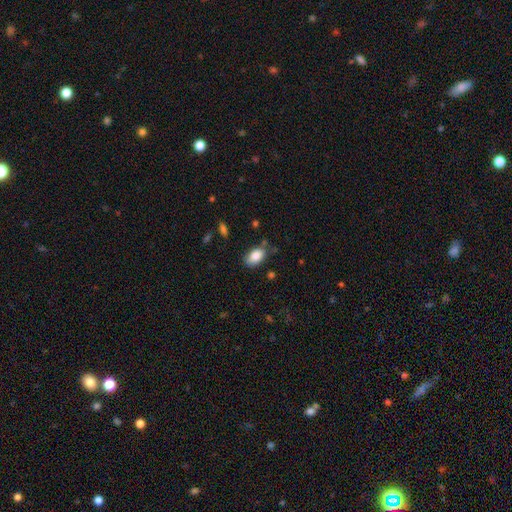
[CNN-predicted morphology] Smooth or featured: smooth — 85% (star or artifact — 8%)
How rounded: in between — 90% (round — 8%)
Merging: none — 73% (minor disturbance — 19%)